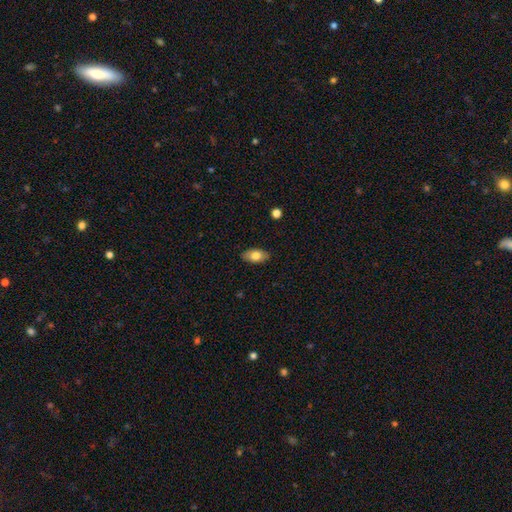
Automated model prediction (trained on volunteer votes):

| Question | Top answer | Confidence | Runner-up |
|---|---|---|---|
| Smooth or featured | smooth | 74% | featured or disk (19%) |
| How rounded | in between | 91% | round (5%) |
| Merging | none | 85% | minor disturbance (12%) |